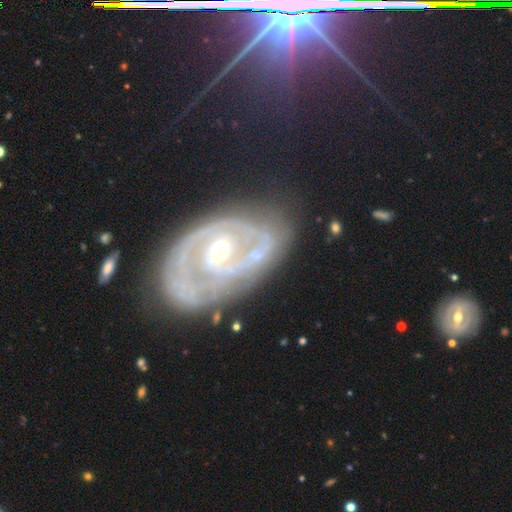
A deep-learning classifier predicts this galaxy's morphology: Overall: featured or disk (85%). Edge-on disk: no (97%). Bar: no (50%; weak 36%). Spiral arms: yes (85%). Spiral arm count: 2 (52%; can't tell 23%). Spiral winding: tight (52%; medium 36%). Bulge size: small (55%; moderate 39%). Merging: none (60%; minor disturbance 21%).